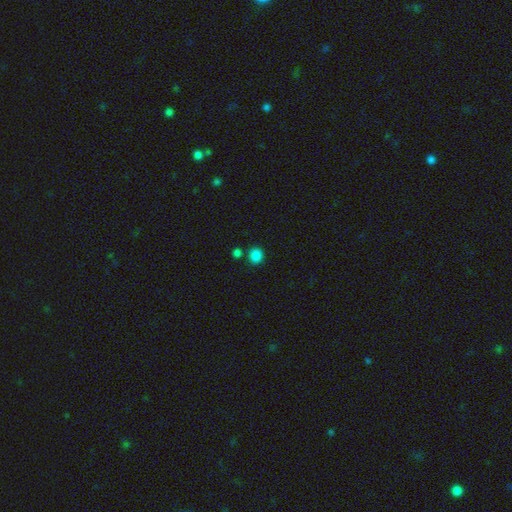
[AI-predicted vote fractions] Smooth or featured?
  - smooth: 86% *
  - star or artifact: 11%
  - featured or disk: 3%
How rounded?
  - round: 84% *
  - in between: 15%
  - cigar-shaped: 1%
Merging?
  - none: 81% *
  - merger: 8%
  - minor disturbance: 8%
  - major disturbance: 3%